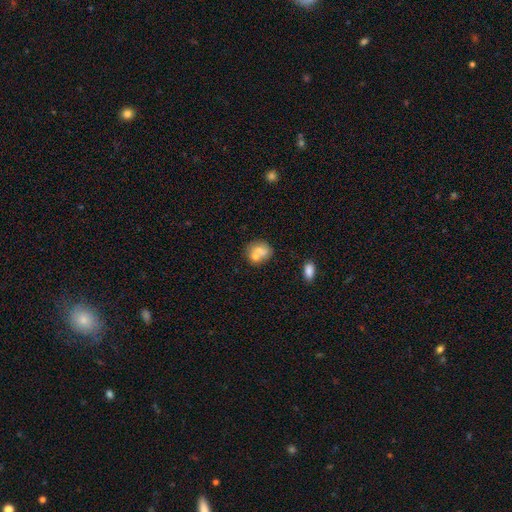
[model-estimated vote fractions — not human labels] A smooth galaxy with no disk features (66%) that is round (64%). Merging: none (46%).